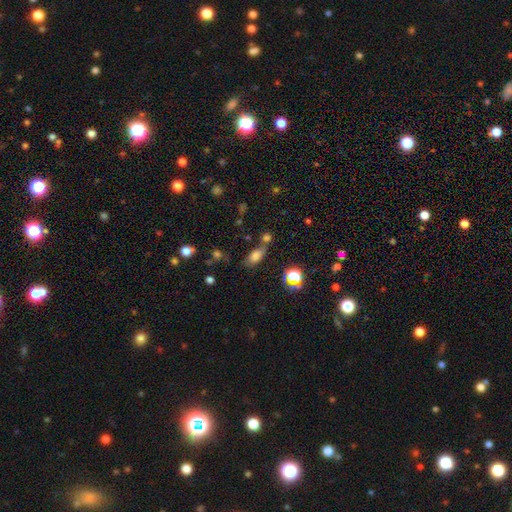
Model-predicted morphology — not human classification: Smooth or featured? Predicted: smooth (p=0.72). How rounded? Predicted: in between (p=0.80). Merging? Predicted: none (p=0.54).